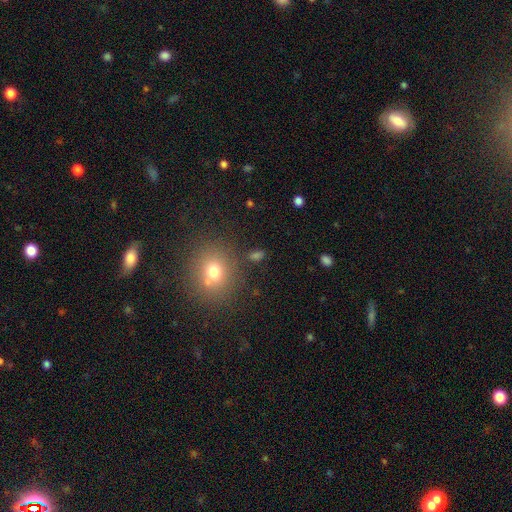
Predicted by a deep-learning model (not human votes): A smooth galaxy with no disk features (67%) that is round (55%).

Vote fractions:
- Smooth or featured? smooth: 67% / star or artifact: 22% / featured or disk: 11%
- How rounded? round: 55% / in between: 42% / cigar-shaped: 3%
- Merging? none: 74% / merger: 12% / minor disturbance: 10% / major disturbance: 4%